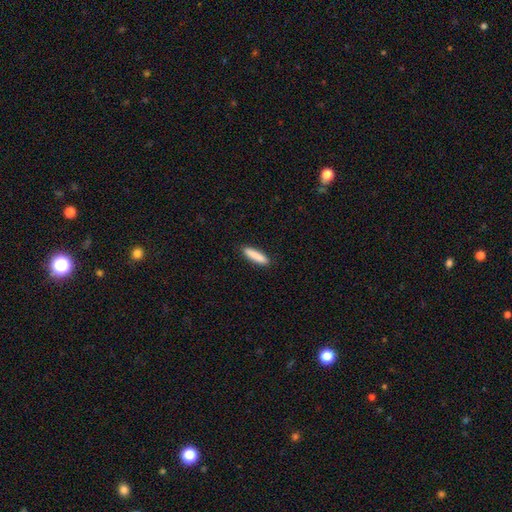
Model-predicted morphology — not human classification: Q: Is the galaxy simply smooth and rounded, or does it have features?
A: smooth — 88%.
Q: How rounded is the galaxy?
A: cigar-shaped — 79%.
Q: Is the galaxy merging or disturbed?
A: none — 90%.